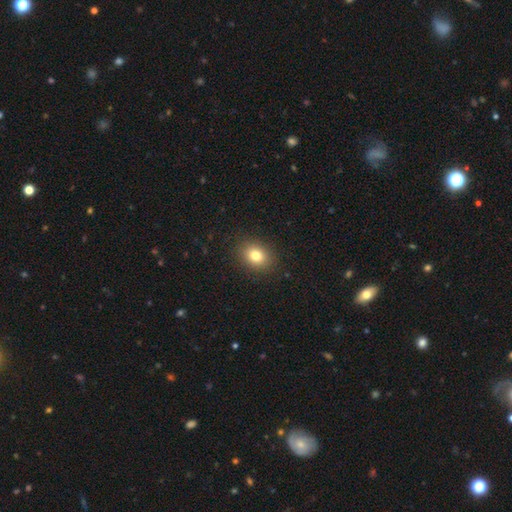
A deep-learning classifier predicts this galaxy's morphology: Smooth or featured? smooth (80%)
How rounded? round (54%)
Merging? none (89%)